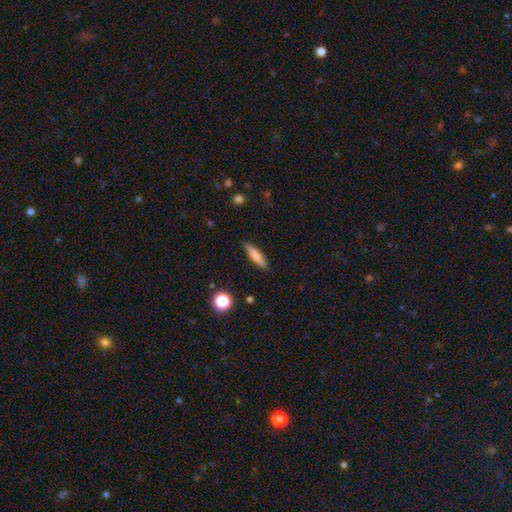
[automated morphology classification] Smooth or featured? Predicted: smooth (p=0.75). How rounded? Predicted: cigar-shaped (p=0.78). Merging? Predicted: none (p=0.88).